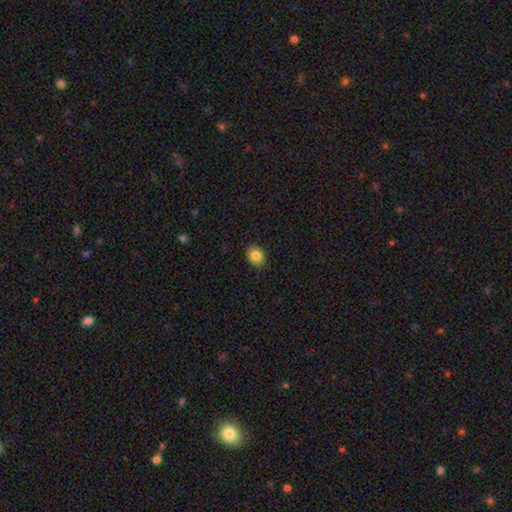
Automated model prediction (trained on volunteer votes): Smooth or featured?
  - smooth: 84% *
  - star or artifact: 9%
  - featured or disk: 7%
How rounded?
  - in between: 53% *
  - round: 46%
  - cigar-shaped: 1%
Merging?
  - none: 87% *
  - minor disturbance: 10%
  - major disturbance: 2%
  - merger: 1%